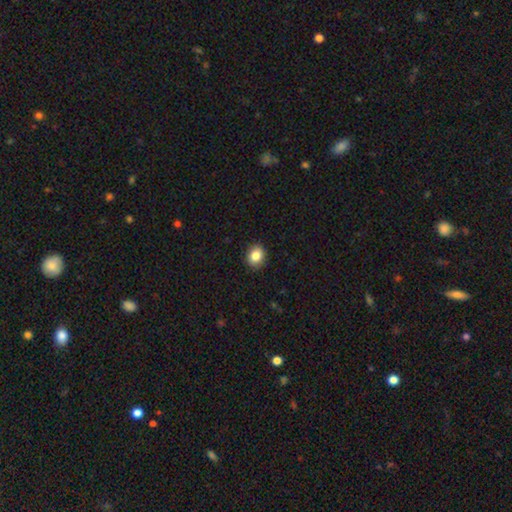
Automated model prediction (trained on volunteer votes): smooth_or_featured: smooth (p=0.84) [alt: star or artifact p=0.09]
how_rounded: round (p=0.57) [alt: in between p=0.42]
merging: none (p=0.90) [alt: minor disturbance p=0.08]